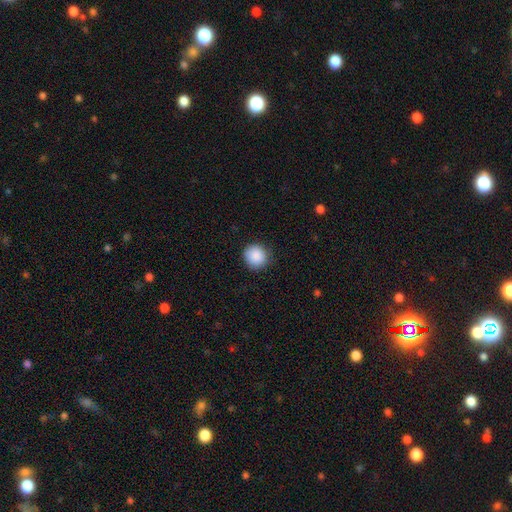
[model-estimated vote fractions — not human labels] Morphology: type=smooth (89%); roundness=round (92%); merging=none (87%).